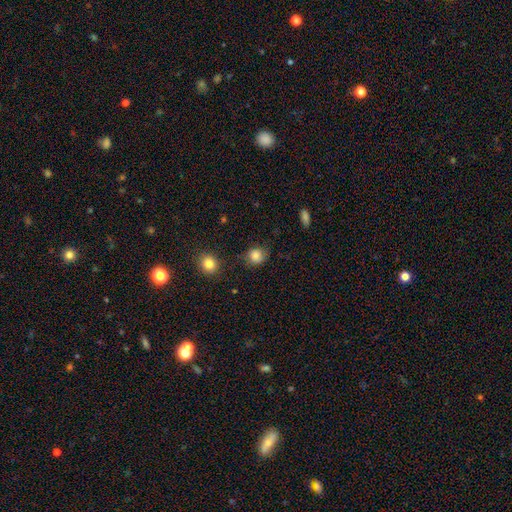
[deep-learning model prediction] Q: Smooth or featured?
A: smooth (80%); runner-up: star or artifact (10%)
Q: How rounded?
A: round (75%); runner-up: in between (24%)
Q: Merging?
A: none (68%); runner-up: minor disturbance (23%)